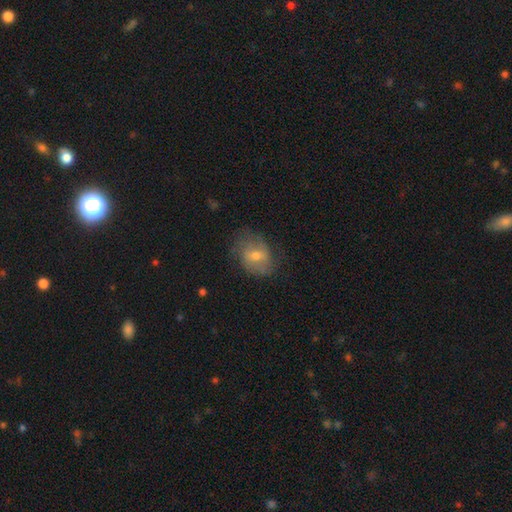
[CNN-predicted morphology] Smooth or featured? smooth (48%)
Merging? none (65%)